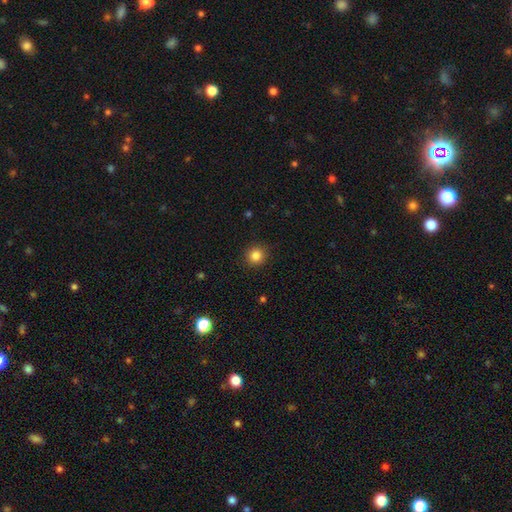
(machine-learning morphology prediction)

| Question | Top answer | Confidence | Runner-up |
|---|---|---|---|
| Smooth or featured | smooth | 84% | star or artifact (11%) |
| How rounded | round | 92% | in between (7%) |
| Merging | none | 91% | minor disturbance (6%) |